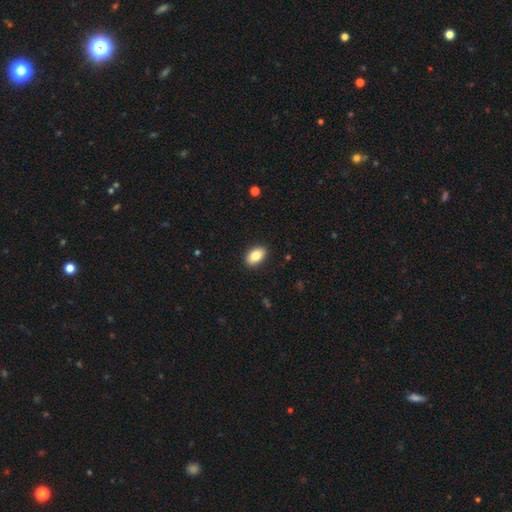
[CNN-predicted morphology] smooth-or-featured: smooth: 84% | featured or disk: 9% | star or artifact: 7%
  how-rounded: in between: 90% | round: 8% | cigar-shaped: 2%
  merging: none: 90% | minor disturbance: 7% | major disturbance: 2% | merger: 1%